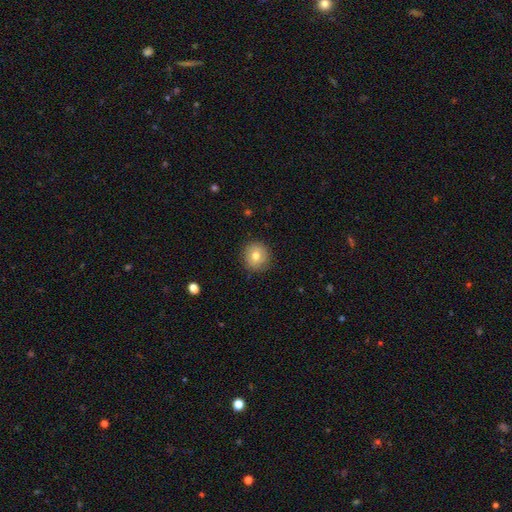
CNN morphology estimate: A smooth galaxy with no disk features (74%) that is round (91%).

Vote fractions:
- Smooth or featured? smooth: 74% / featured or disk: 17% / star or artifact: 9%
- How rounded? round: 91% / in between: 8% / cigar-shaped: 1%
- Merging? none: 89% / minor disturbance: 8% / major disturbance: 2% / merger: 1%